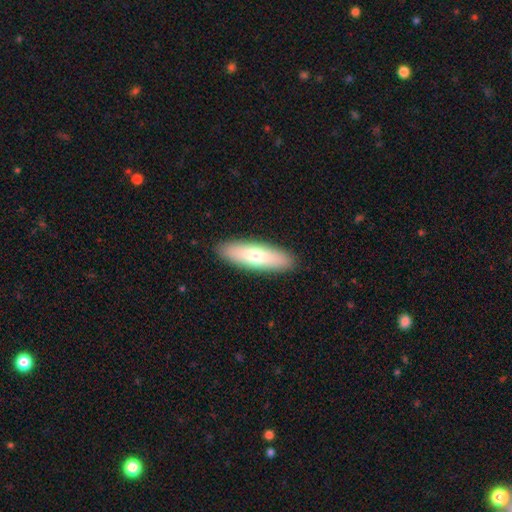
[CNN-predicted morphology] smooth_or_featured: smooth (p=0.68) [alt: featured or disk p=0.26]
how_rounded: cigar-shaped (p=0.50) [alt: in between p=0.48]
merging: none (p=0.90) [alt: minor disturbance p=0.07]